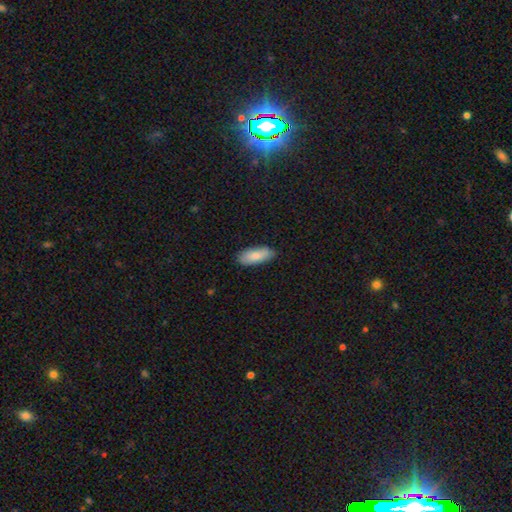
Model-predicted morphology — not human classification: A smooth galaxy with no disk features (84%) that is in between round and cigar-shaped (79%). Merging: none (84%).